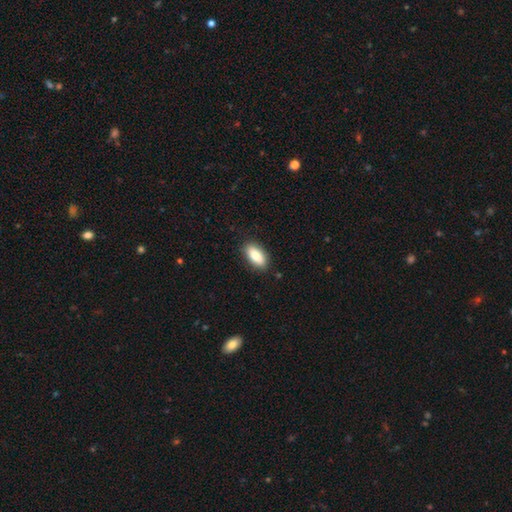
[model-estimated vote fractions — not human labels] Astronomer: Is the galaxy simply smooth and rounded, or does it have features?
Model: smooth — 85%.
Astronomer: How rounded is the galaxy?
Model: in between — 87%.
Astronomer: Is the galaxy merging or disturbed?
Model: none — 87%.